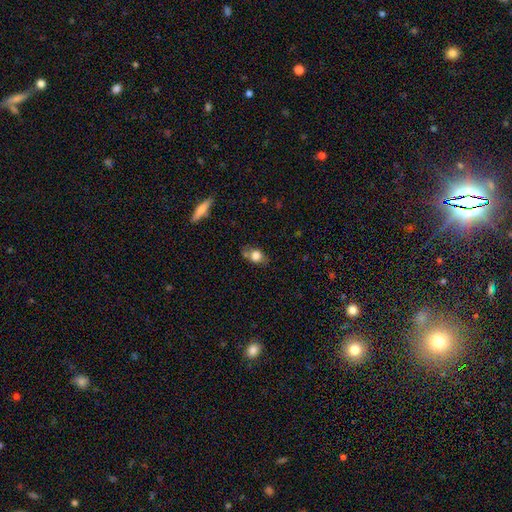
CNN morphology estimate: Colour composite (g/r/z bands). It shows a smooth galaxy with no disk features (76%) that is in between round and cigar-shaped (63%). Merging: none (61%).